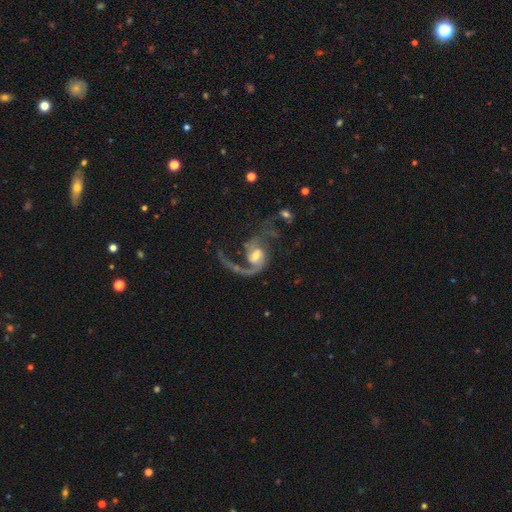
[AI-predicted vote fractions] Smooth or featured?
  - featured or disk: 86% *
  - smooth: 8%
  - star or artifact: 6%
Edge-on disk?
  - no: 98% *
  - yes: 2%
Bar?
  - no: 49% *
  - weak: 39%
  - strong: 11%
Spiral arms?
  - yes: 95% *
  - no: 5%
Spiral winding?
  - loose: 63% *
  - medium: 30%
  - tight: 7%
Spiral arm count?
  - 2: 61% *
  - 1: 31%
  - can't tell: 3%
  - 3: 2%
  - 4: 1%
  - more than 4: 1%
Bulge size?
  - moderate: 59% *
  - small: 24%
  - large: 12%
  - none: 3%
  - dominant: 2%
Merging?
  - none: 40% *
  - major disturbance: 39%
  - minor disturbance: 14%
  - merger: 8%